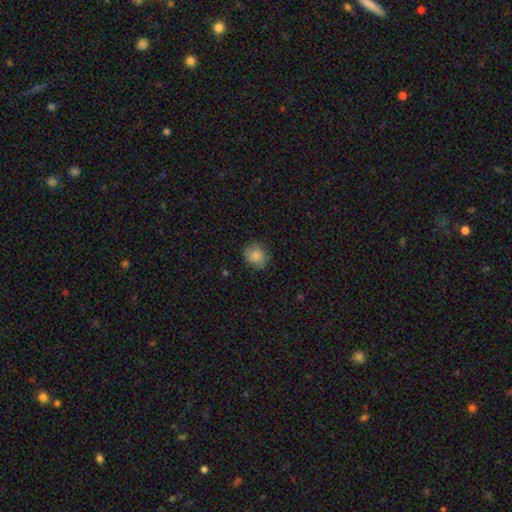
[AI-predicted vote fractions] smooth 85%, star or artifact 8%, featured or disk 7%. Down the decision tree: how rounded — round (71%); merging — none (79%).